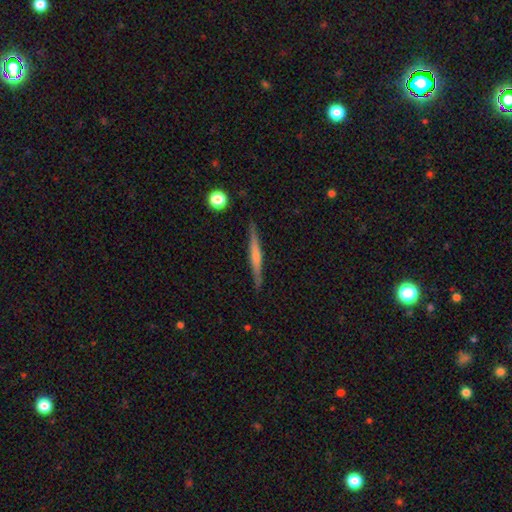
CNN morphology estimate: featured or disk 69%, smooth 24%, star or artifact 8%. Down the decision tree: edge-on disk — yes (98%); edge-on bulge — rounded (67%); merging — none (91%).